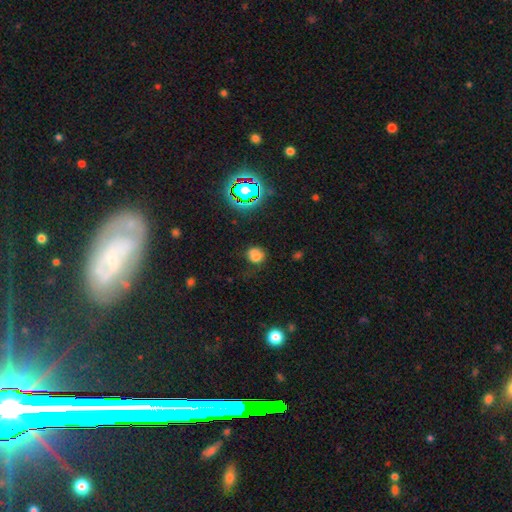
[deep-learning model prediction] This appears to be a smooth galaxy with no disk features (70%) that is round (68%). Merging: none (53%).